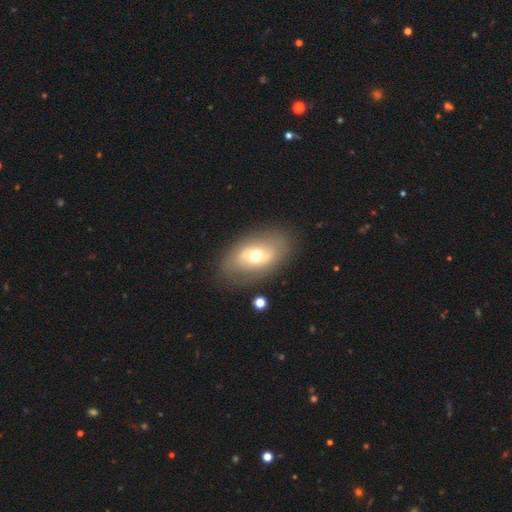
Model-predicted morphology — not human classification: smooth 49%, featured or disk 43%, star or artifact 8%. Down the decision tree: merging — none (81%).